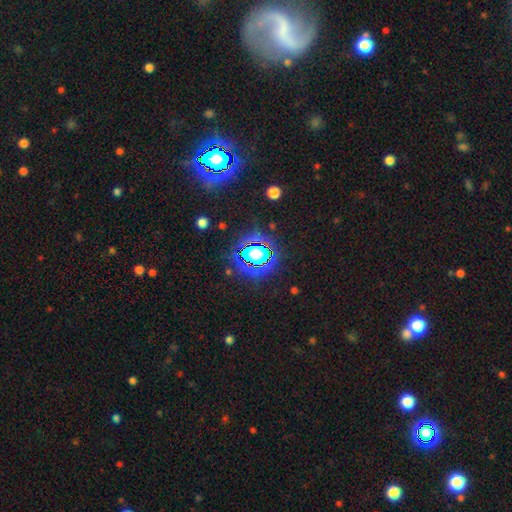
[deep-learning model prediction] This is clearly a star or artifact rather than a galaxy (81%).